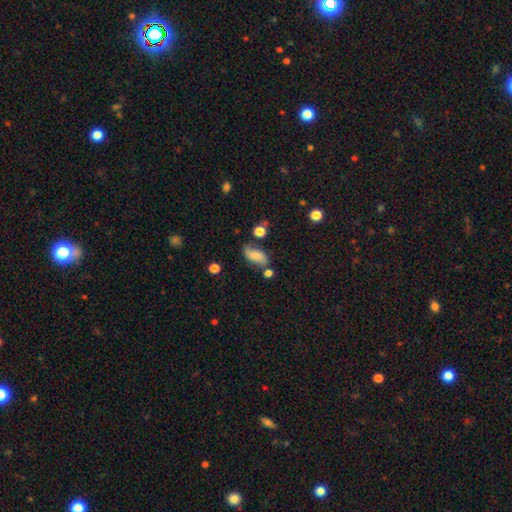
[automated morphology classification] This appears to be a smooth galaxy with no disk features (67%) that is in between round and cigar-shaped (87%). Merging: none (61%).